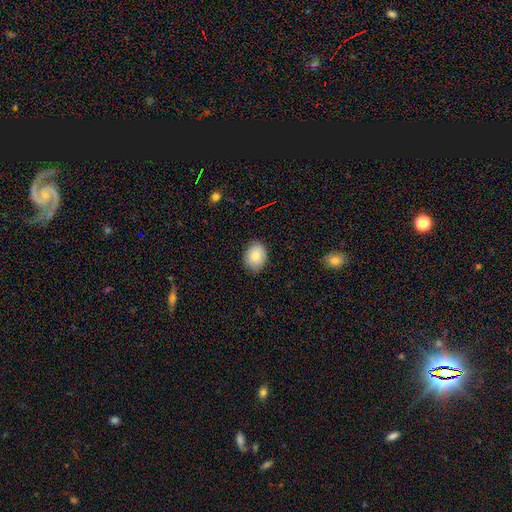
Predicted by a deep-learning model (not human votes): Smooth or featured?
  - smooth: 83% *
  - featured or disk: 9%
  - star or artifact: 8%
How rounded?
  - in between: 53% *
  - round: 46%
  - cigar-shaped: 1%
Merging?
  - none: 84% *
  - minor disturbance: 13%
  - major disturbance: 2%
  - merger: 1%